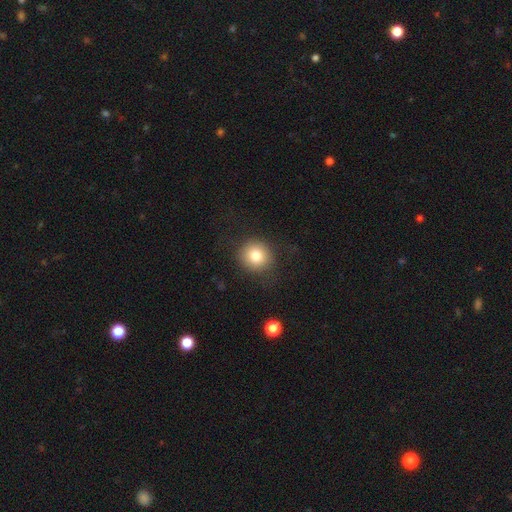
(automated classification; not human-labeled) Overall: smooth (80%). How rounded: round (90%). Merging: none (84%).